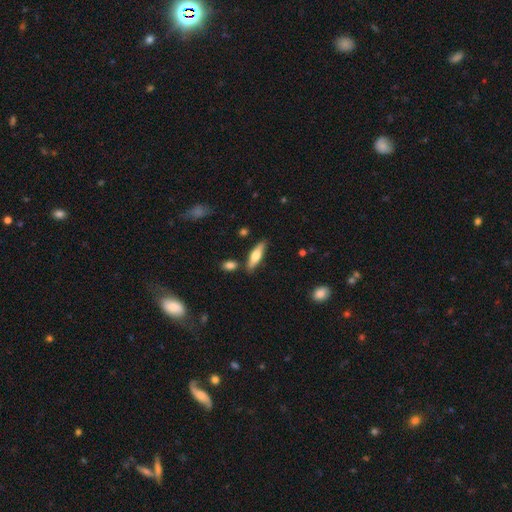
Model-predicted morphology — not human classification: smooth 58%, featured or disk 36%, star or artifact 6%. Down the decision tree: how rounded — cigar-shaped (62%); merging — none (81%).